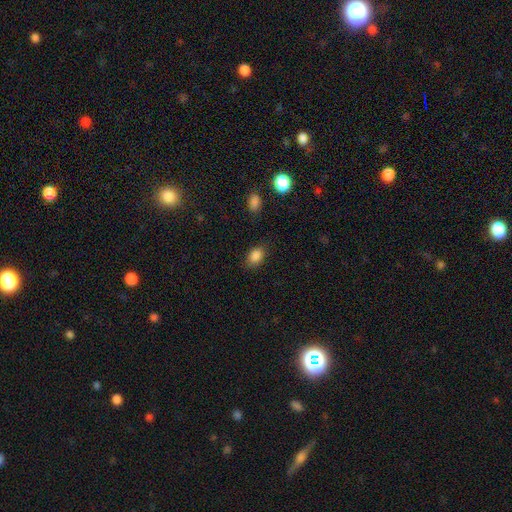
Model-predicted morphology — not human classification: smooth 86%, star or artifact 10%, featured or disk 4%. Down the decision tree: how rounded — in between (78%); merging — none (82%).